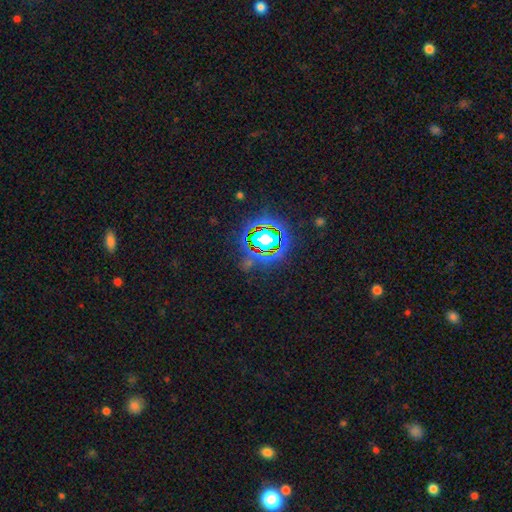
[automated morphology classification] The model was most divided on "smooth or featured": star or artifact: 82%, smooth: 11%, featured or disk: 7%.